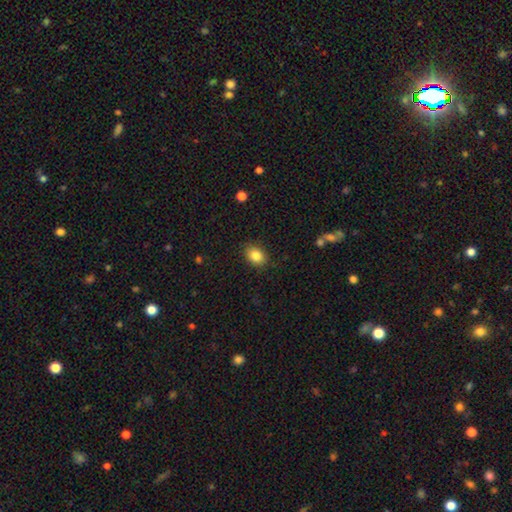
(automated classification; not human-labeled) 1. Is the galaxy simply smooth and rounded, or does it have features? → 85% smooth, 9% star or artifact, 6% featured or disk.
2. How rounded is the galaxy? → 69% in between, 30% round, 1% cigar-shaped.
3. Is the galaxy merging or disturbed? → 86% none, 10% minor disturbance, 2% major disturbance, 1% merger.